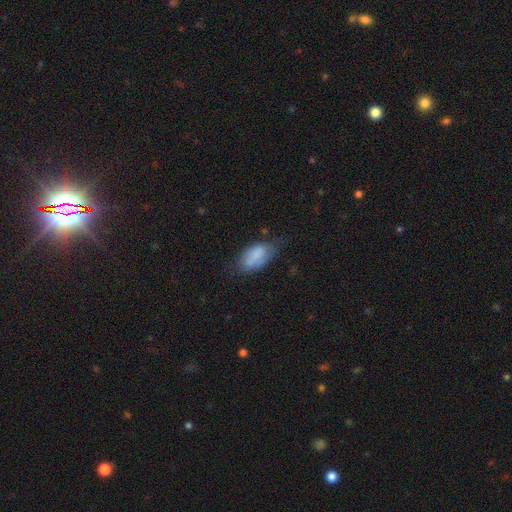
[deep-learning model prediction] Smooth or featured?
  - smooth: 78% *
  - featured or disk: 15%
  - star or artifact: 8%
How rounded?
  - in between: 92% *
  - cigar-shaped: 4%
  - round: 4%
Merging?
  - none: 44% *
  - minor disturbance: 37%
  - major disturbance: 15%
  - merger: 3%